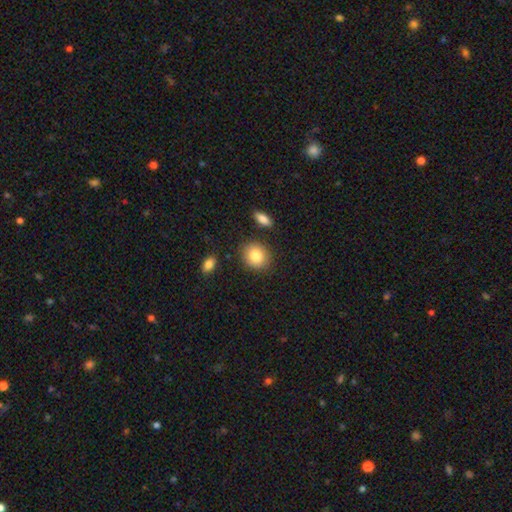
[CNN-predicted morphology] smooth_or_featured: smooth (p=0.85) [alt: featured or disk p=0.08]
how_rounded: round (p=0.66) [alt: in between p=0.33]
merging: none (p=0.84) [alt: minor disturbance p=0.10]